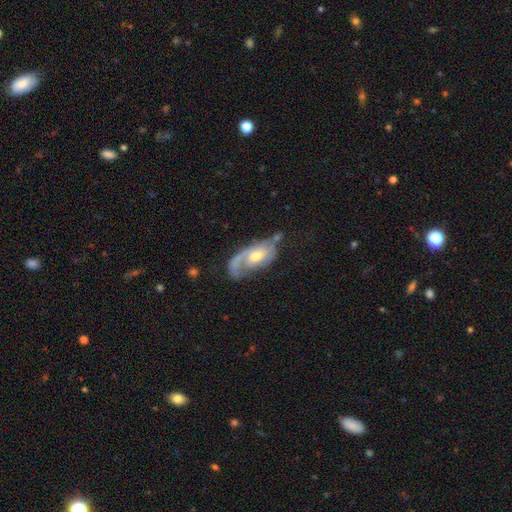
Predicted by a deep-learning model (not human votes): Smooth or featured? featured or disk (76%)
Edge-on disk? no (93%)
Bar? no (63%)
Spiral arms? yes (86%)
Spiral winding? medium (39%)
Spiral arm count? 1 (54%)
Bulge size? moderate (67%)
Merging? none (42%)